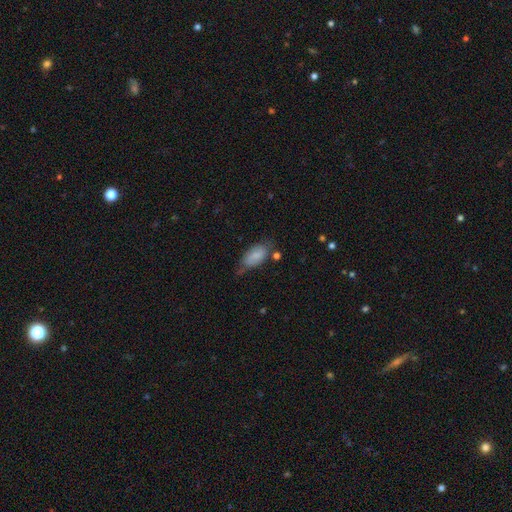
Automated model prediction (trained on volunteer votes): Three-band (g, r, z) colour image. It shows a smooth galaxy with no disk features (76%) that is in between round and cigar-shaped (92%). Merging: none (52%).